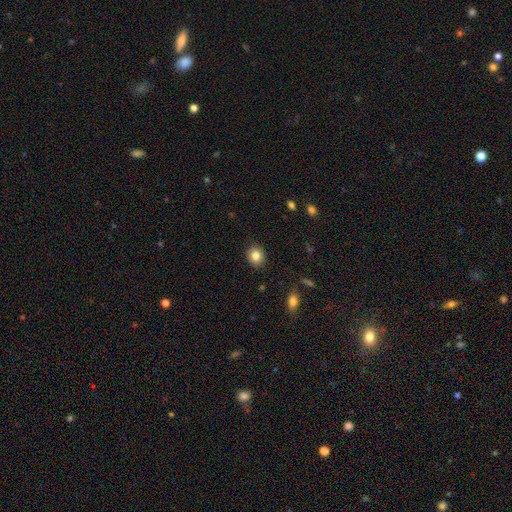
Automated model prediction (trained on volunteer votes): This is clearly a smooth galaxy (83%). How rounded: likely round (74%). Merging: clearly none (89%).